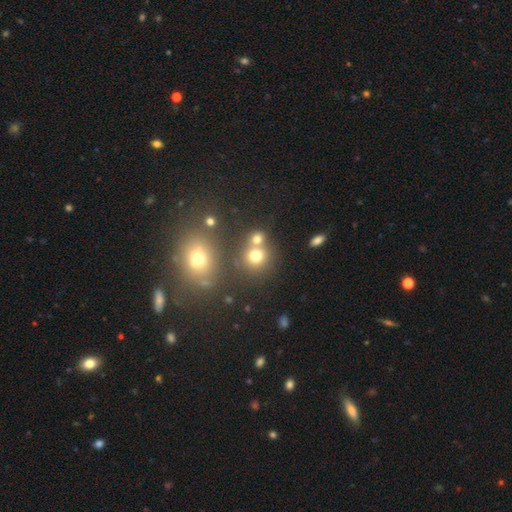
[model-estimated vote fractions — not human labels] This is likely a smooth galaxy (72%). How rounded: clearly round (83%). Merging: possibly none (58%).